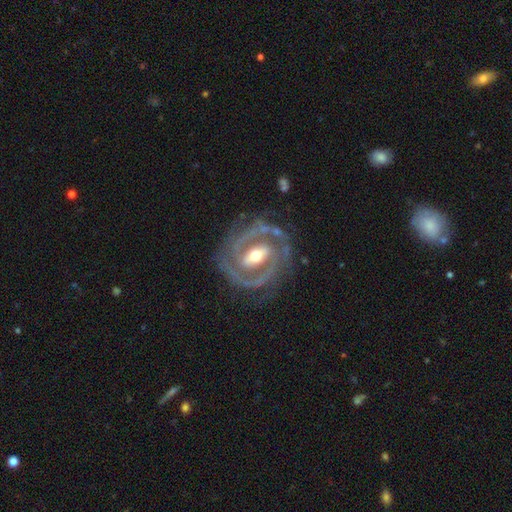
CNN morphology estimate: Smooth or featured? Predicted: featured or disk (p=0.90). Edge-on disk? Predicted: no (p=0.97). Bar? Predicted: strong (p=0.54). Spiral arms? Predicted: yes (p=0.95). Spiral winding? Predicted: tight (p=0.61). Spiral arm count? Predicted: 2 (p=0.79). Bulge size? Predicted: moderate (p=0.66). Merging? Predicted: none (p=0.76).